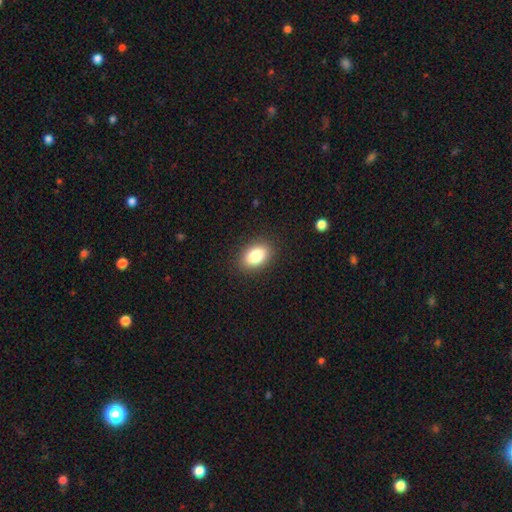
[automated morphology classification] smooth 85%, star or artifact 8%, featured or disk 7%. Down the decision tree: how rounded — in between (87%); merging — none (88%).